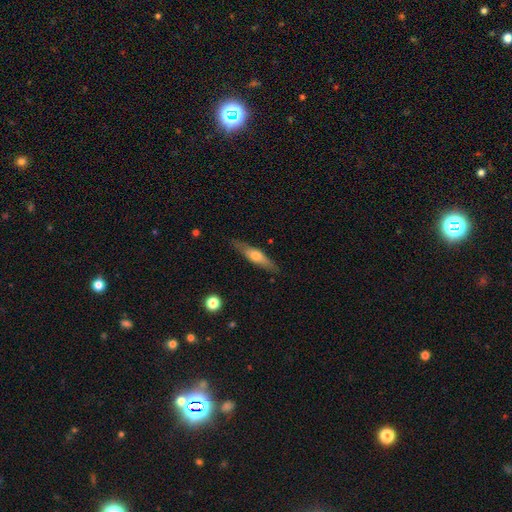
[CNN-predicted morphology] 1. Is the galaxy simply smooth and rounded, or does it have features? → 48% featured or disk, 46% smooth, 6% star or artifact.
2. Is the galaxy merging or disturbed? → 84% none, 12% minor disturbance, 3% major disturbance, 1% merger.